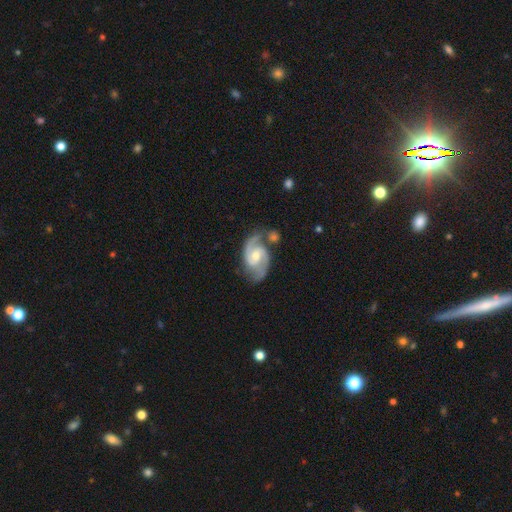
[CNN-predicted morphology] Smooth or featured? Predicted: featured or disk (p=0.89). Edge-on disk? Predicted: no (p=0.97). Bar? Predicted: weak (p=0.46). Spiral arms? Predicted: yes (p=0.97). Spiral winding? Predicted: medium (p=0.59). Spiral arm count? Predicted: 2 (p=0.90). Bulge size? Predicted: moderate (p=0.57). Merging? Predicted: none (p=0.62).